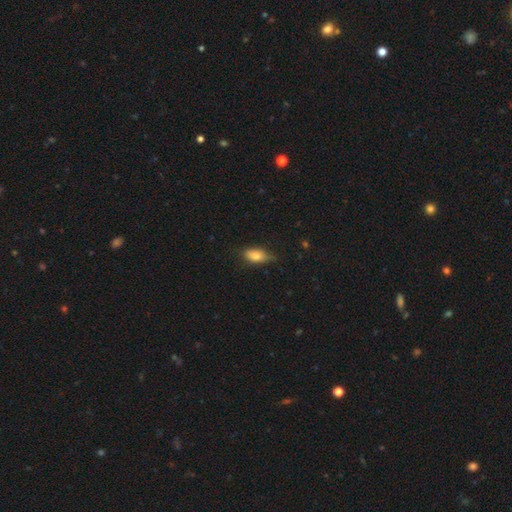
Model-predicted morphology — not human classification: Q: Smooth or featured?
A: smooth (78%); runner-up: featured or disk (14%)
Q: How rounded?
A: in between (85%); runner-up: cigar-shaped (11%)
Q: Merging?
A: none (65%); runner-up: minor disturbance (29%)